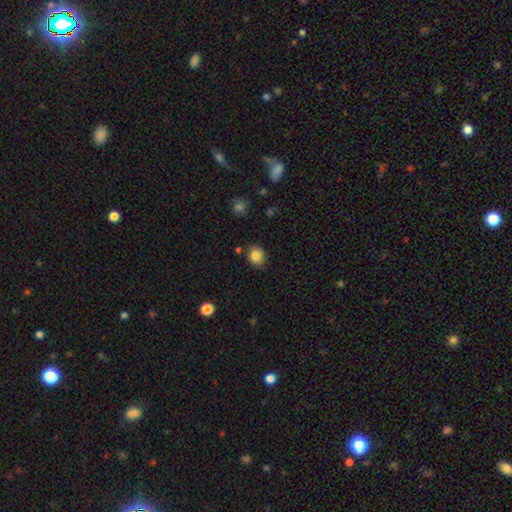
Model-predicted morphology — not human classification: smooth_or_featured: smooth (p=0.85) [alt: star or artifact p=0.09]
how_rounded: round (p=0.60) [alt: in between p=0.39]
merging: none (p=0.82) [alt: minor disturbance p=0.13]